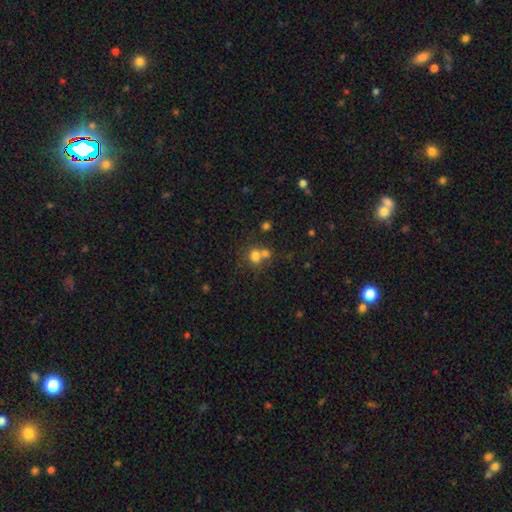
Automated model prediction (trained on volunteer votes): The model was most divided on "merging": merger: 46%, none: 41%, minor disturbance: 8%, major disturbance: 4%. More confident: how rounded — round (77%); smooth or featured — smooth (74%).